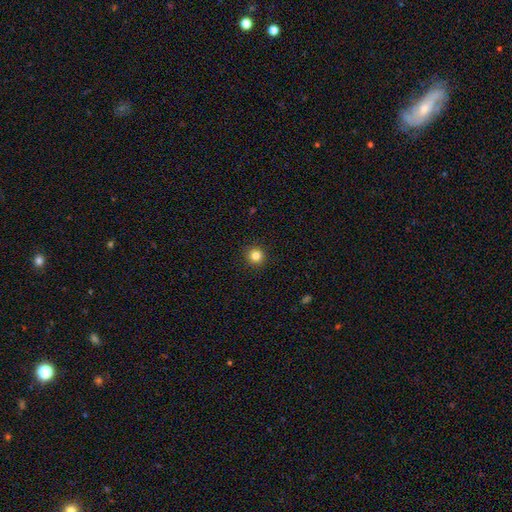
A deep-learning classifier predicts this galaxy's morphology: smooth_or_featured: smooth (p=0.83) [alt: star or artifact p=0.12]
how_rounded: round (p=0.94) [alt: in between p=0.05]
merging: none (p=0.92) [alt: minor disturbance p=0.05]